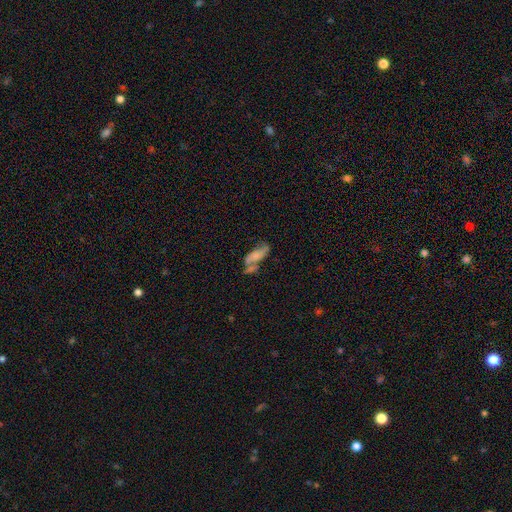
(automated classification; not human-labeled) Smooth or featured? featured or disk (46%)
Merging? merger (36%)